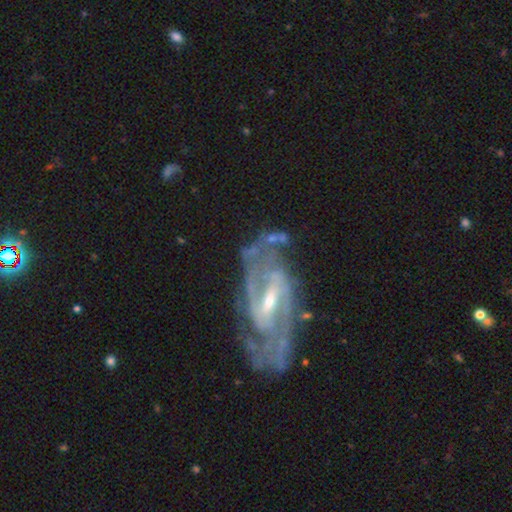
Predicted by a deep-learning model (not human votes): A featured or disk galaxy (92%) with a strong bar (45%), 2 (79%) medium (51%) spiral arms (98%) and a small central bulge (52%).

Vote fractions:
- Smooth or featured? featured or disk: 92% / star or artifact: 5% / smooth: 4%
- Edge-on disk? no: 96% / yes: 4%
- Bar? strong: 45% / weak: 43% / no: 11%
- Spiral arms? yes: 98% / no: 2%
- Spiral winding? medium: 51% / tight: 37% / loose: 12%
- Spiral arm count? 2: 79% / 3: 7% / can't tell: 6% / 4: 3% / 1: 2% / more than 4: 2%
- Bulge size? small: 52% / moderate: 43% / large: 2% / none: 2% / dominant: 1%
- Merging? none: 68% / minor disturbance: 19% / major disturbance: 10% / merger: 4%